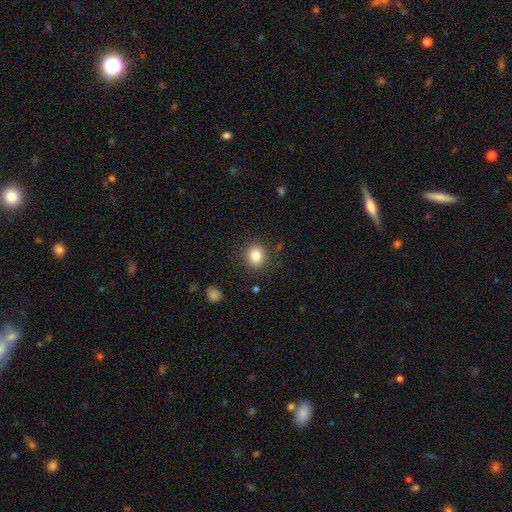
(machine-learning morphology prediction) This is clearly a smooth galaxy (84%). How rounded: likely round (80%). Merging: clearly none (87%).